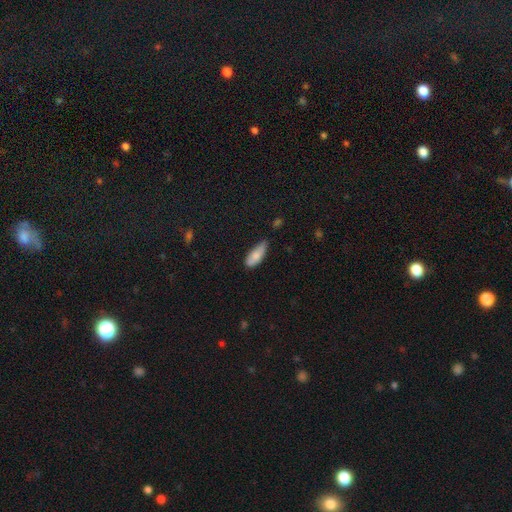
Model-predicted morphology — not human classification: Q: Smooth or featured?
A: smooth (81%); runner-up: featured or disk (12%)
Q: How rounded?
A: in between (72%); runner-up: cigar-shaped (26%)
Q: Merging?
A: none (51%); runner-up: minor disturbance (39%)